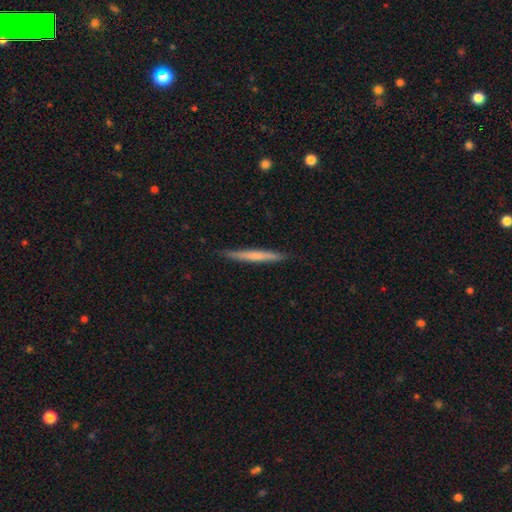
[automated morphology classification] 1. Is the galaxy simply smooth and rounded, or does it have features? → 54% smooth, 41% featured or disk, 5% star or artifact.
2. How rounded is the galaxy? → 96% cigar-shaped, 2% in between, 1% round.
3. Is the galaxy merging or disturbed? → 89% none, 8% minor disturbance, 1% major disturbance, 1% merger.